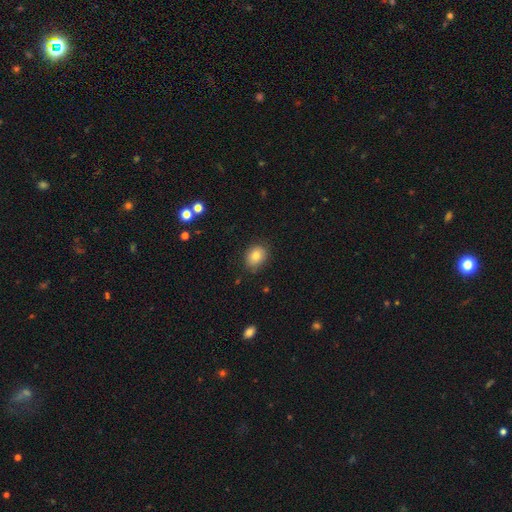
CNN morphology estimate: Smooth or featured: smooth — 83% (star or artifact — 9%)
How rounded: in between — 56% (round — 43%)
Merging: none — 82% (minor disturbance — 14%)